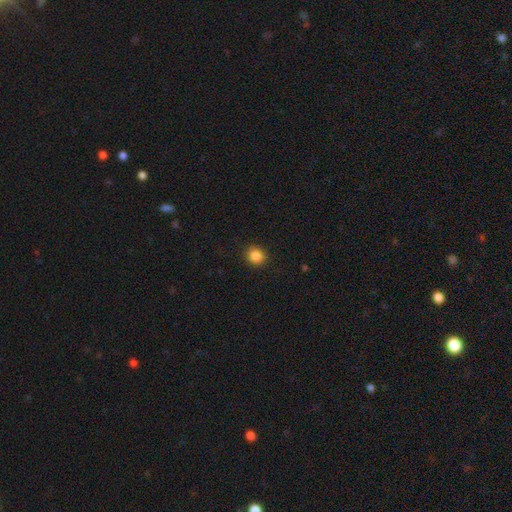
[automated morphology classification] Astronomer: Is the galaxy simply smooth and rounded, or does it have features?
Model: smooth — 86%.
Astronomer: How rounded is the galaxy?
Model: round — 84%.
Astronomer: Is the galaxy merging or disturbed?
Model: none — 90%.